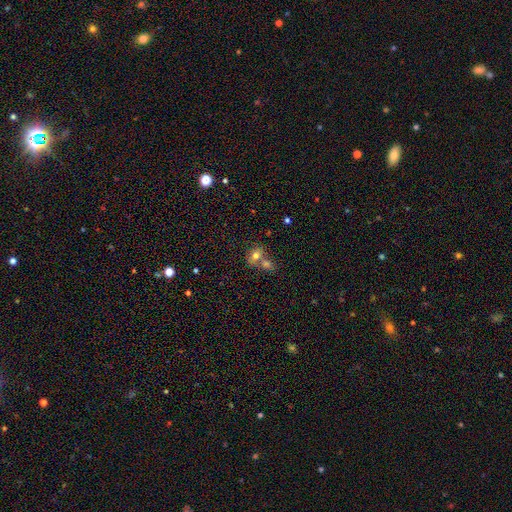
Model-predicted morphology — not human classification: A smooth galaxy with no disk features (74%) that is in between round and cigar-shaped (59%). Merging: merger (49%).